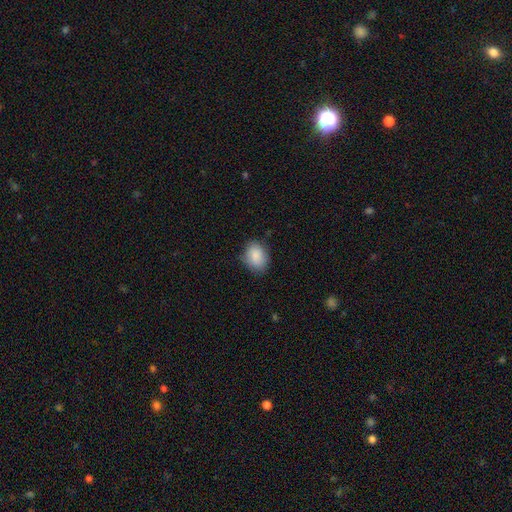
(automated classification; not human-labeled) Morphology: type=smooth (86%); roundness=in between (61%); merging=none (74%).